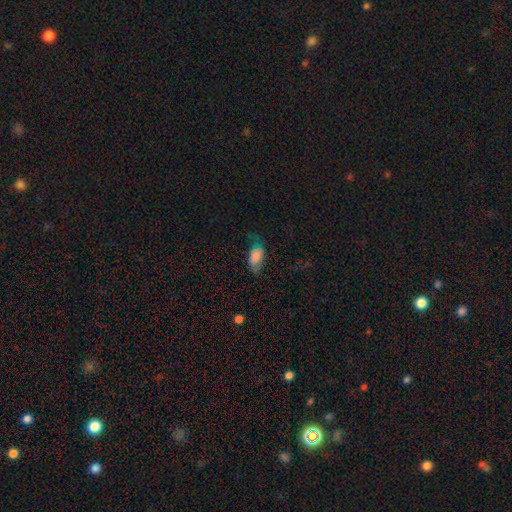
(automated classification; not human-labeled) The model was most divided on "merging": none: 43%, minor disturbance: 29%, major disturbance: 26%, merger: 2%. More confident: how rounded — in between (93%); smooth or featured — smooth (76%).